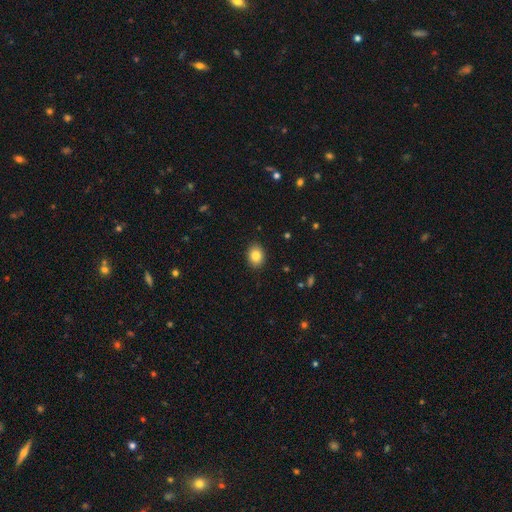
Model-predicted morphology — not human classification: A smooth galaxy with no disk features (84%) that is in between round and cigar-shaped (59%).

Vote fractions:
- Smooth or featured? smooth: 84% / star or artifact: 9% / featured or disk: 7%
- How rounded? in between: 59% / round: 40% / cigar-shaped: 1%
- Merging? none: 89% / minor disturbance: 8% / major disturbance: 2% / merger: 1%